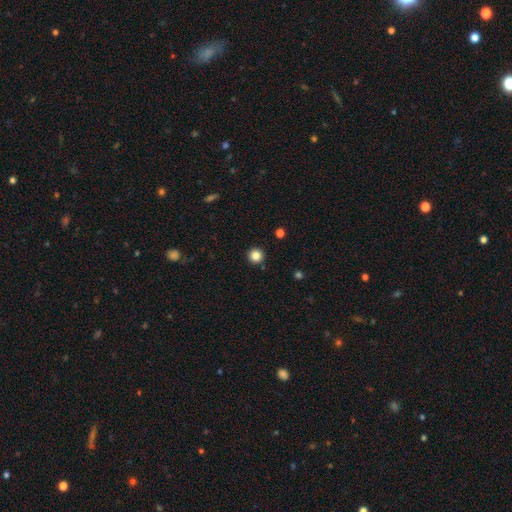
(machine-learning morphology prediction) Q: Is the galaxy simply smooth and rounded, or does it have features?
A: smooth — 84%.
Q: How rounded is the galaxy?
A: round — 96%.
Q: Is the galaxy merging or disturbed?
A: none — 93%.